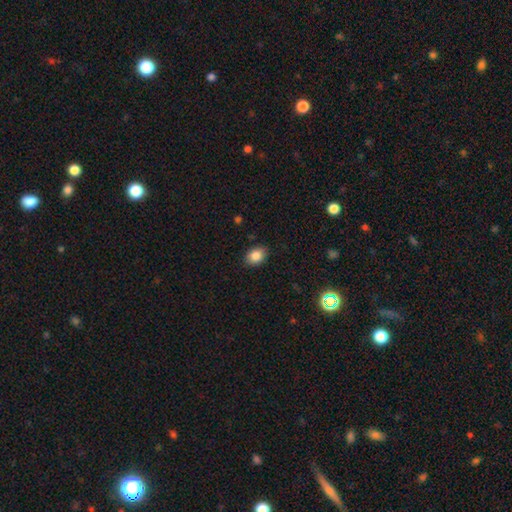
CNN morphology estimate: Smooth or featured: smooth — 86% (star or artifact — 9%)
How rounded: in between — 73% (round — 26%)
Merging: none — 86% (minor disturbance — 11%)